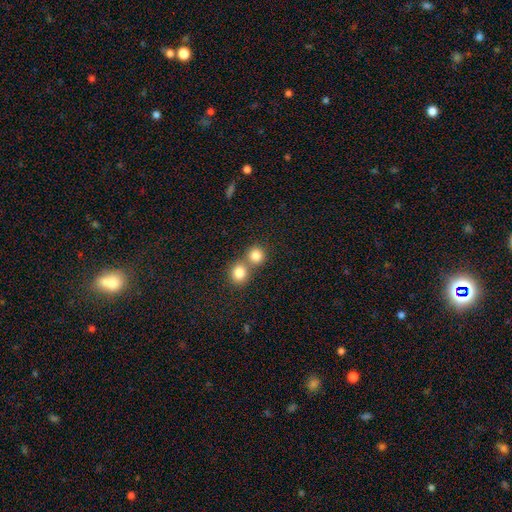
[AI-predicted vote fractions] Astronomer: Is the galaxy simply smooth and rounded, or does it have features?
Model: smooth — 83%.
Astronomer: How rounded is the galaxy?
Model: round — 88%.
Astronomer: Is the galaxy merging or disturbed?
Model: none — 48% (runner-up: merger, 44%).